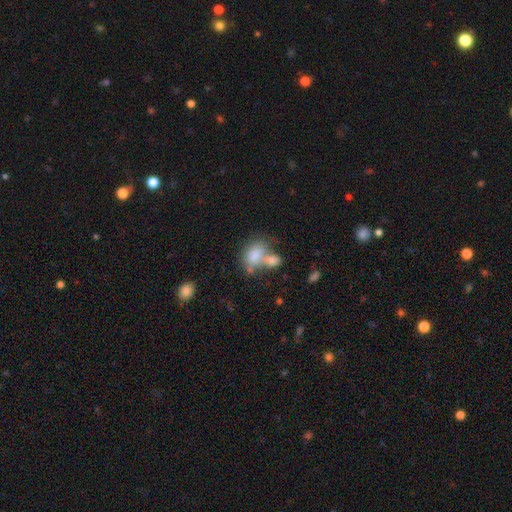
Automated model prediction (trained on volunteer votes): Q: Smooth or featured?
A: smooth (78%); runner-up: featured or disk (13%)
Q: How rounded?
A: in between (82%); runner-up: round (16%)
Q: Merging?
A: merger (53%); runner-up: none (27%)